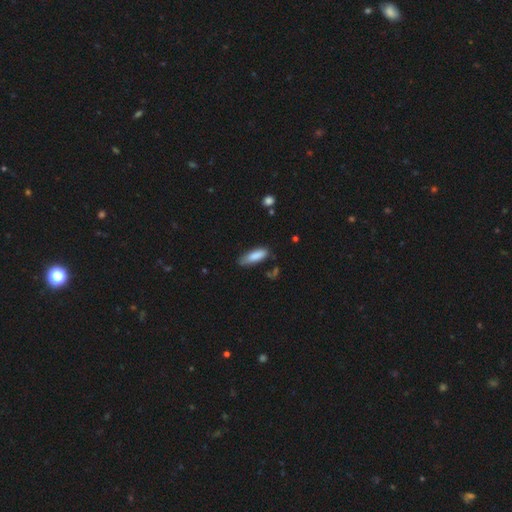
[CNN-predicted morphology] This appears to be a smooth galaxy with no disk features (84%) that is in between round and cigar-shaped (54%). Merging: none (66%).